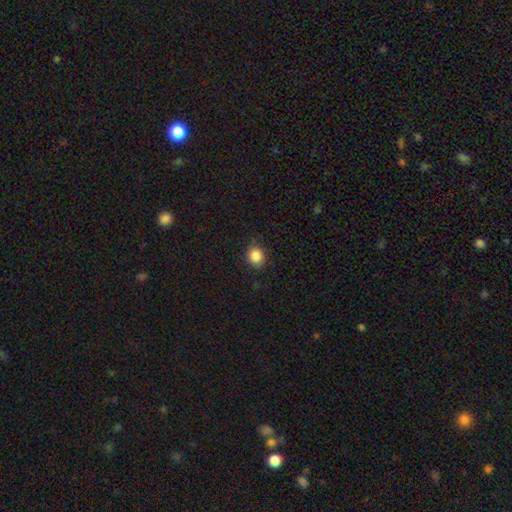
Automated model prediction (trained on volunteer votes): Q: Smooth or featured?
A: smooth (86%); runner-up: star or artifact (10%)
Q: How rounded?
A: round (79%); runner-up: in between (20%)
Q: Merging?
A: none (85%); runner-up: minor disturbance (12%)